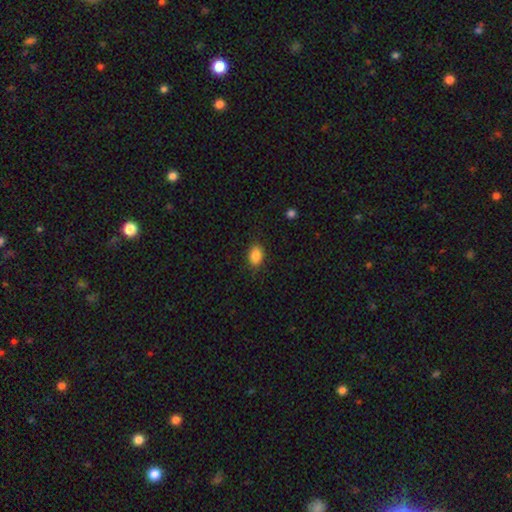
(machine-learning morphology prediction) A smooth galaxy with no disk features (86%) that is in between round and cigar-shaped (77%). Merging: none (83%).